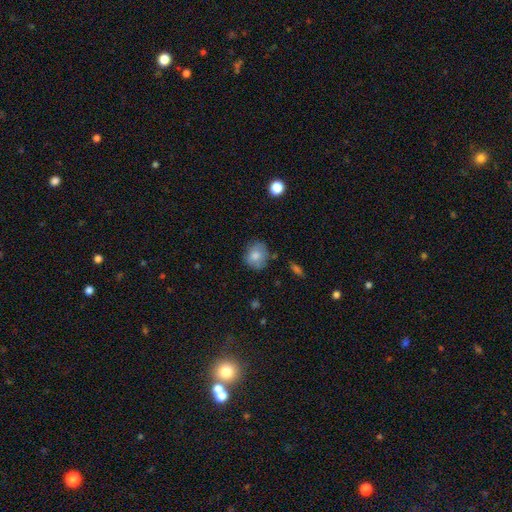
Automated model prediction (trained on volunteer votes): Smooth or featured?
  - smooth: 80% *
  - featured or disk: 12%
  - star or artifact: 8%
How rounded?
  - round: 71% *
  - in between: 28%
  - cigar-shaped: 1%
Merging?
  - none: 74% *
  - minor disturbance: 19%
  - major disturbance: 5%
  - merger: 2%